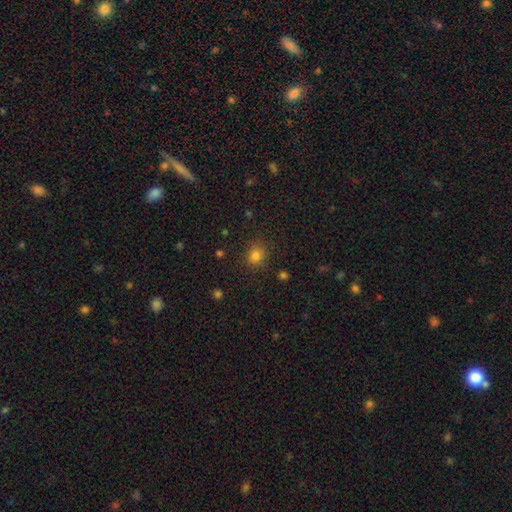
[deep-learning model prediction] Smooth or featured: smooth — 81% (star or artifact — 14%)
How rounded: round — 83% (in between — 17%)
Merging: none — 86% (minor disturbance — 10%)